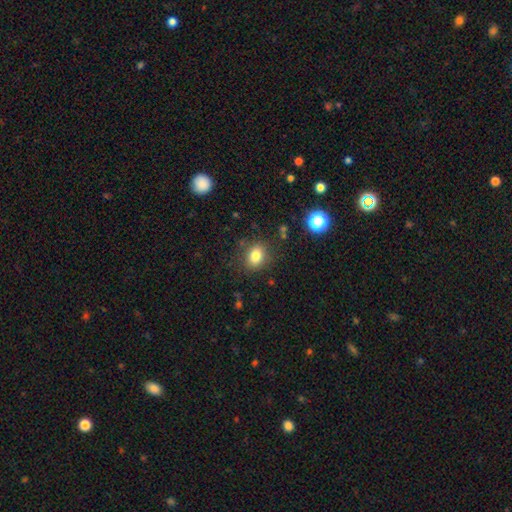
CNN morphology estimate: A smooth galaxy with no disk features (81%) that is in between round and cigar-shaped (56%).

Vote fractions:
- Smooth or featured? smooth: 81% / star or artifact: 12% / featured or disk: 7%
- How rounded? in between: 56% / round: 43% / cigar-shaped: 1%
- Merging? none: 84% / minor disturbance: 11% / major disturbance: 4% / merger: 2%